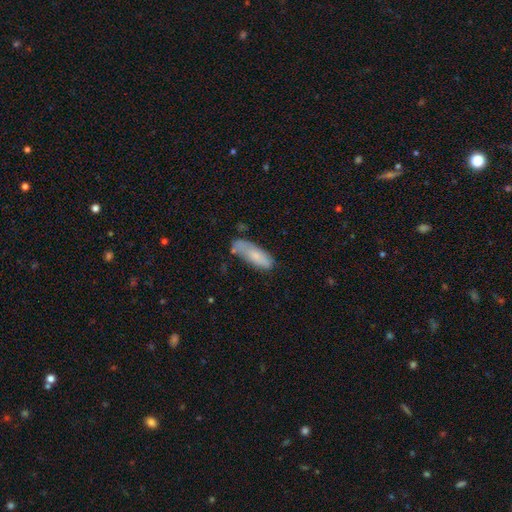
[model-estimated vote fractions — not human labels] Overall: smooth (72%). How rounded: in between (62%; cigar-shaped 37%). Merging: none (54%; minor disturbance 30%).